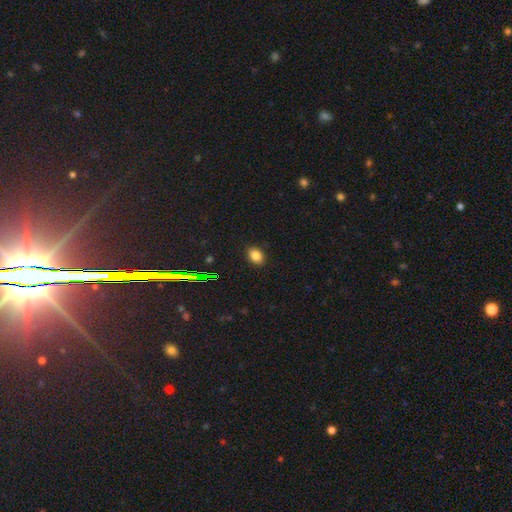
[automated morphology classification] type=smooth (82%); roundness=in between (71%); merging=none (88%).